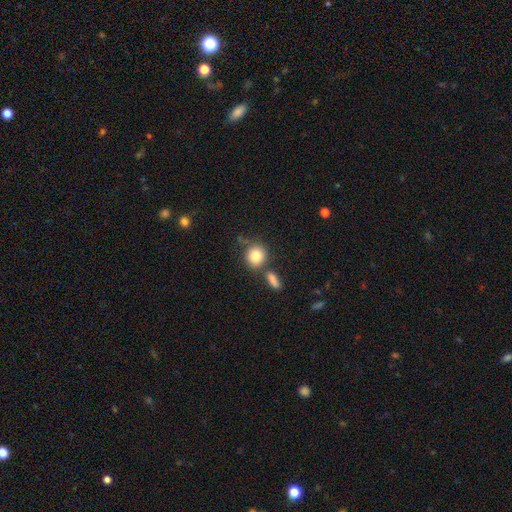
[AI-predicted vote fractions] Q: Smooth or featured?
A: smooth (83%); runner-up: star or artifact (9%)
Q: How rounded?
A: round (84%); runner-up: in between (15%)
Q: Merging?
A: none (66%); runner-up: merger (19%)